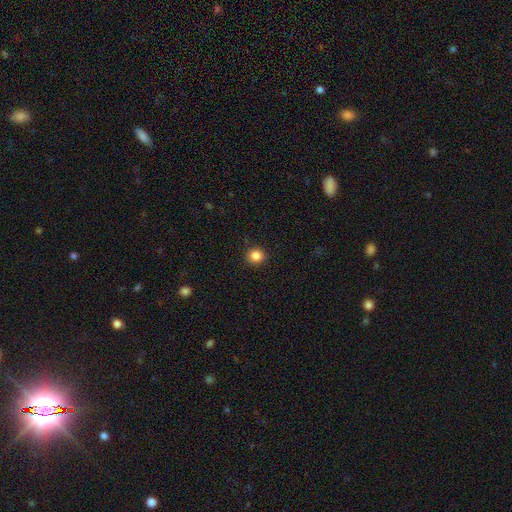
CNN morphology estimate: The model was most divided on "how rounded": round: 87%, in between: 12%, cigar-shaped: 1%. More confident: merging — none (90%); smooth or featured — smooth (86%).